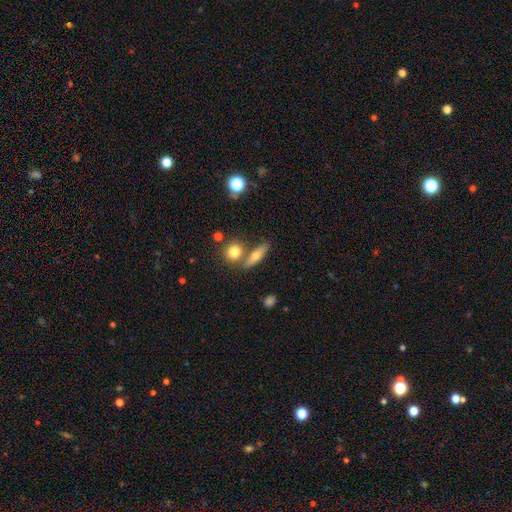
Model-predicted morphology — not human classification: Smooth or featured: smooth — 61% (featured or disk — 31%)
How rounded: cigar-shaped — 54% (in between — 33%)
Merging: none — 66% (merger — 20%)